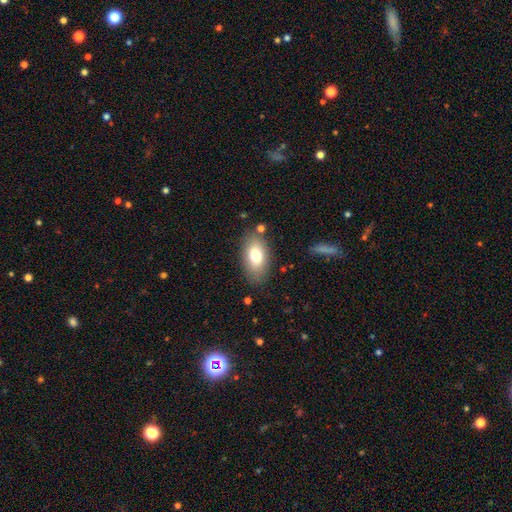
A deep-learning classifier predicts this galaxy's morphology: type=smooth (75%); roundness=in between (91%); merging=none (80%).